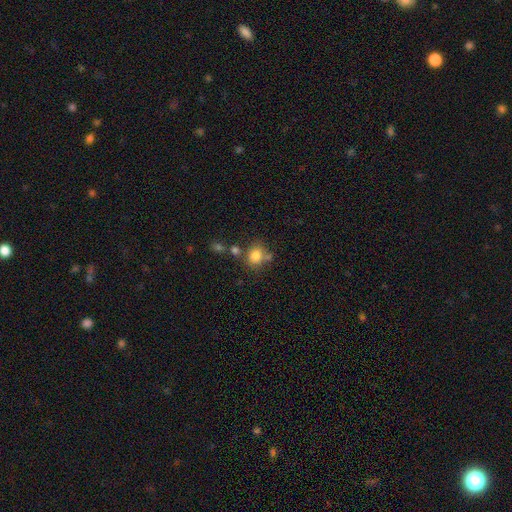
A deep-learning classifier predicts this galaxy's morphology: Smooth or featured? Predicted: smooth (p=0.81). How rounded? Predicted: round (p=0.73). Merging? Predicted: none (p=0.62).